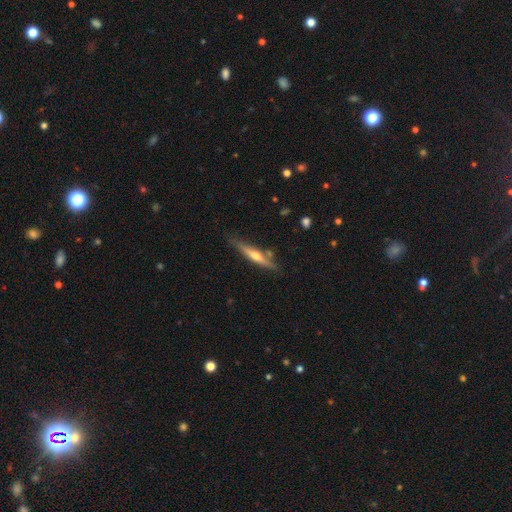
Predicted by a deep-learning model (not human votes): Smooth or featured? featured or disk (63%)
Edge-on disk? yes (96%)
Edge-on bulge? rounded (88%)
Merging? none (77%)